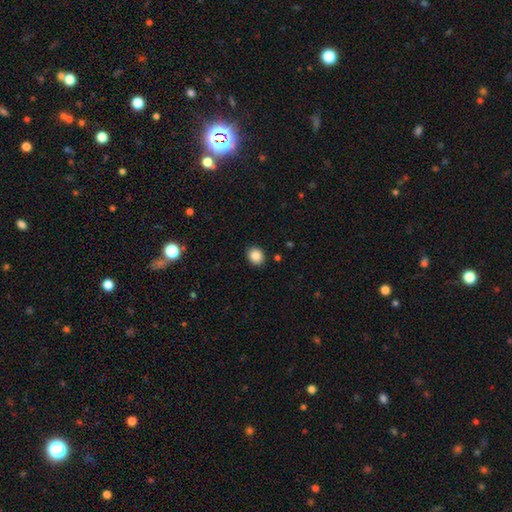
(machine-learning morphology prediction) Smooth or featured? smooth (87%)
How rounded? round (68%)
Merging? none (90%)